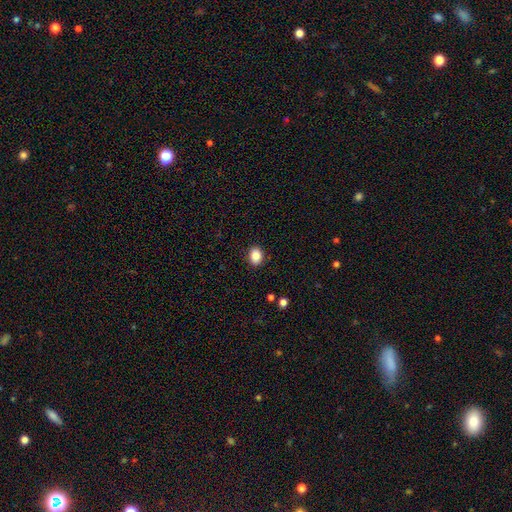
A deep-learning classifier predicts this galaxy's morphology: A smooth galaxy with no disk features (87%) that is in between round and cigar-shaped (58%).

Vote fractions:
- Smooth or featured? smooth: 87% / star or artifact: 9% / featured or disk: 4%
- How rounded? in between: 58% / round: 41% / cigar-shaped: 1%
- Merging? none: 89% / minor disturbance: 7% / major disturbance: 2% / merger: 1%